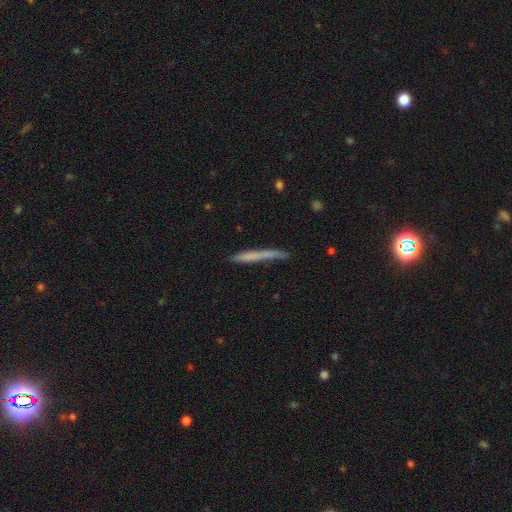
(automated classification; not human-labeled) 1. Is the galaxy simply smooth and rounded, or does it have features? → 62% smooth, 31% featured or disk, 7% star or artifact.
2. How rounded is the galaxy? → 97% cigar-shaped, 2% in between, 1% round.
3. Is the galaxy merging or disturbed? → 78% none, 16% minor disturbance, 3% major disturbance, 2% merger.